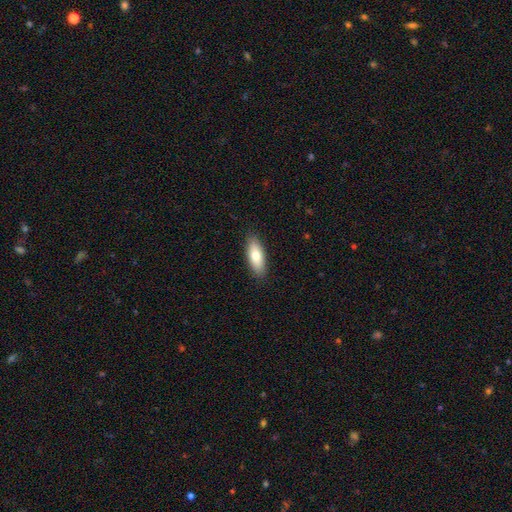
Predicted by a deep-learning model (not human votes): A smooth galaxy with no disk features (78%) that is in between round and cigar-shaped (72%). Merging: none (88%).